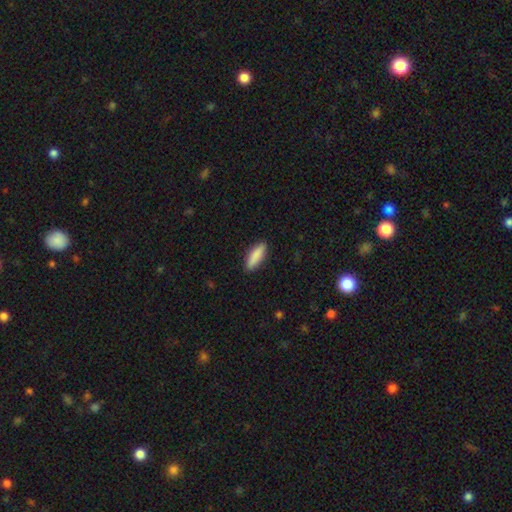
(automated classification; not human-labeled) Smooth or featured? Predicted: smooth (p=0.87). How rounded? Predicted: cigar-shaped (p=0.51). Merging? Predicted: none (p=0.88).